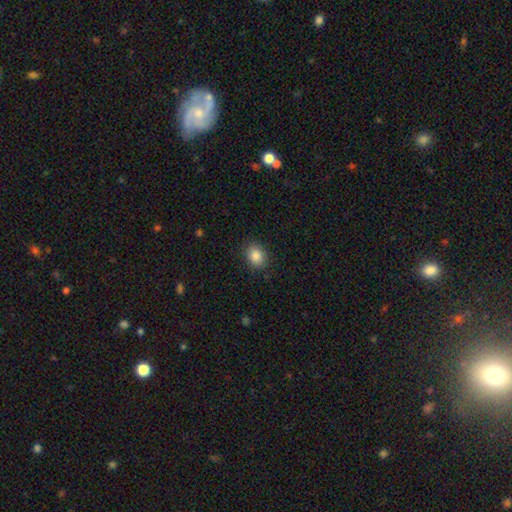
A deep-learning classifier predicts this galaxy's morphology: This appears to be a smooth galaxy with no disk features (86%) that is in between round and cigar-shaped (52%). Merging: none (88%).